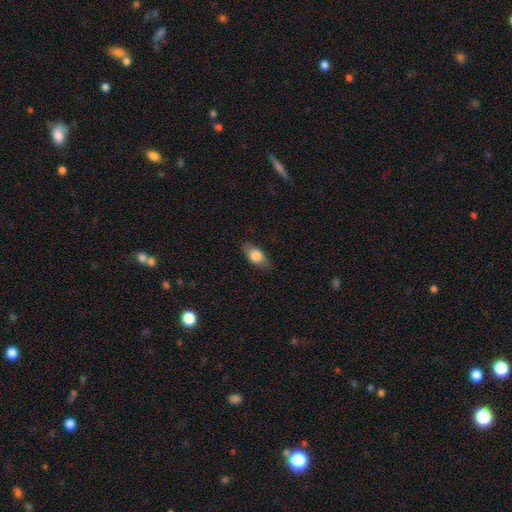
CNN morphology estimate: Smooth or featured: smooth — 72% (featured or disk — 20%)
How rounded: in between — 80% (cigar-shaped — 11%)
Merging: none — 81% (minor disturbance — 14%)